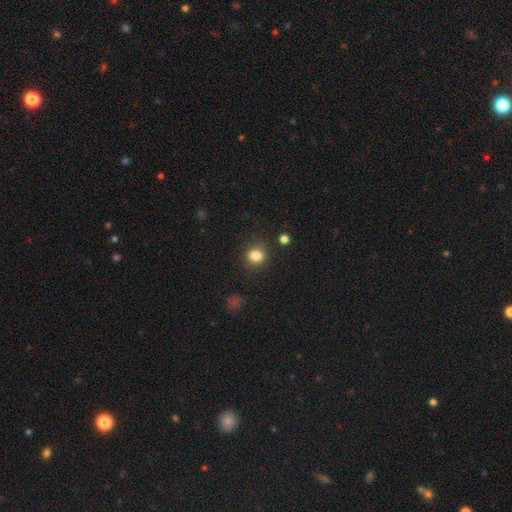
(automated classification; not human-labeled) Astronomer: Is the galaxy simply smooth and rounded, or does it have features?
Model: smooth — 84%.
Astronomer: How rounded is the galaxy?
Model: round — 79%.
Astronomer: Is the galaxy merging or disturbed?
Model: none — 84%.